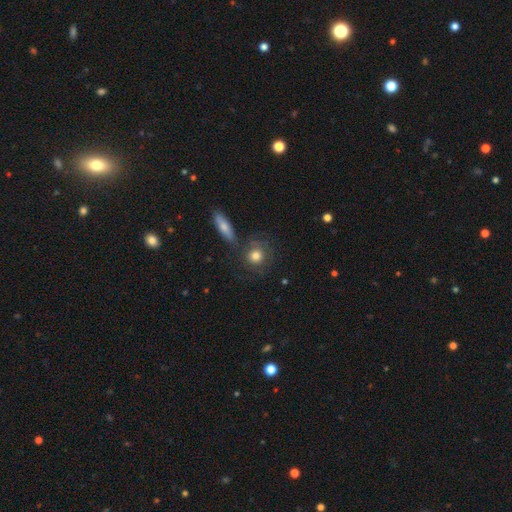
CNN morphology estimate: Overall: smooth (69%). How rounded: round (85%). Merging: none (69%).